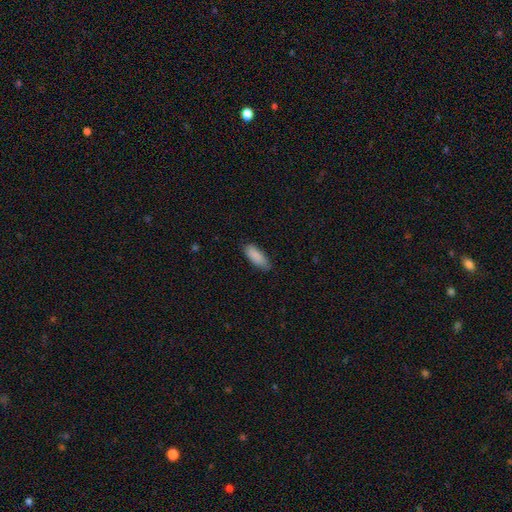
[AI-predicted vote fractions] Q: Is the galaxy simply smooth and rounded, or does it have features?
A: smooth — 89%.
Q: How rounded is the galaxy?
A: in between — 73%.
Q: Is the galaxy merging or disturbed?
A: none — 79%.